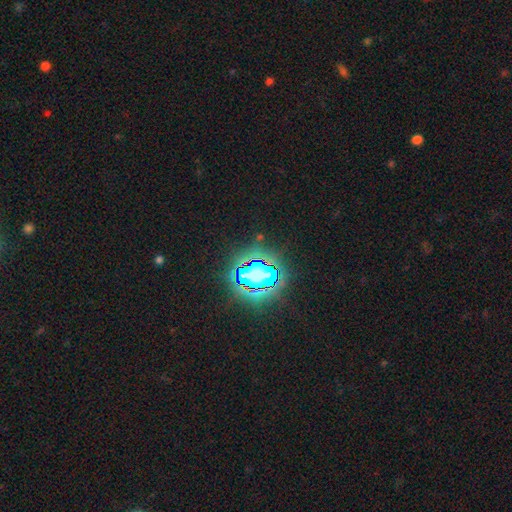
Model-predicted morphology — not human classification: Smooth or featured? Predicted: star or artifact (p=0.72).